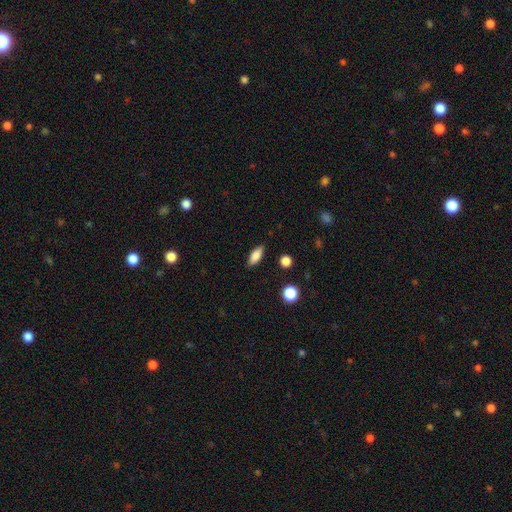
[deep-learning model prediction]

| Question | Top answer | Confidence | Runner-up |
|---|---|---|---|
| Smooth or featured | smooth | 82% | featured or disk (10%) |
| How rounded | in between | 77% | cigar-shaped (19%) |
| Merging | none | 86% | minor disturbance (10%) |